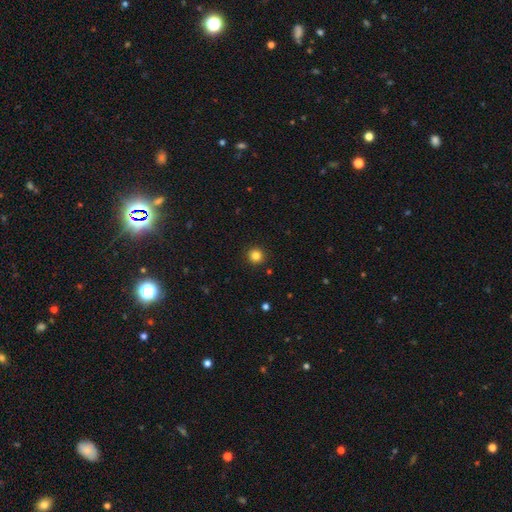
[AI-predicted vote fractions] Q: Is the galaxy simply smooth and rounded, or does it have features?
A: smooth — 83%.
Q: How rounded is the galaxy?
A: round — 95%.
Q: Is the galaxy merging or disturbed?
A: none — 93%.